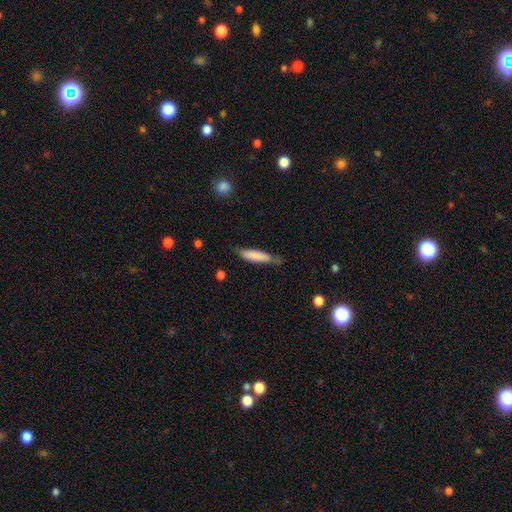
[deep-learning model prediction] Overall: smooth (80%). How rounded: cigar-shaped (81%). Merging: none (65%; minor disturbance 27%).